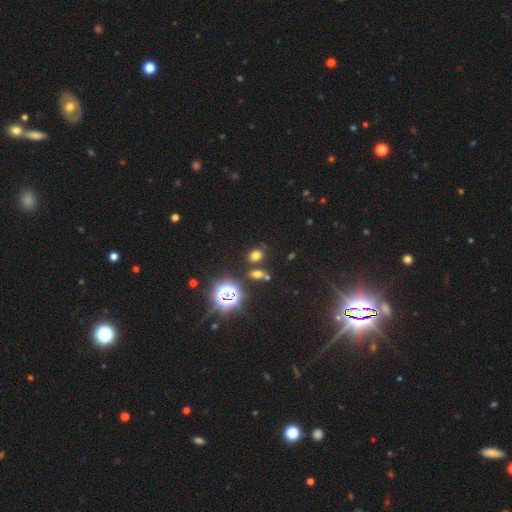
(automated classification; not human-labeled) Q: Smooth or featured?
A: smooth (63%); runner-up: star or artifact (29%)
Q: How rounded?
A: in between (57%); runner-up: round (41%)
Q: Merging?
A: none (76%); runner-up: merger (11%)